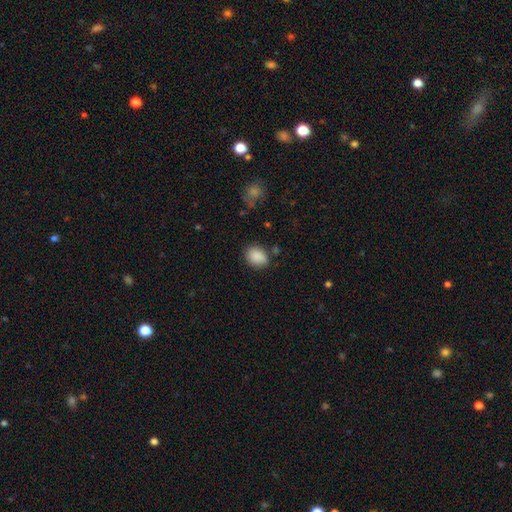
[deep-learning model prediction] smooth 88%, star or artifact 8%, featured or disk 4%. Down the decision tree: how rounded — in between (61%); merging — none (75%).